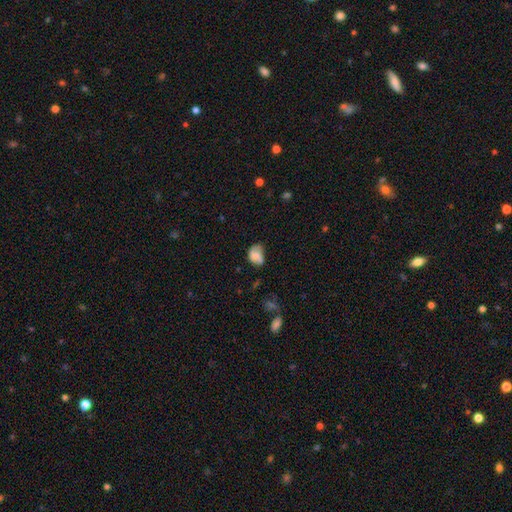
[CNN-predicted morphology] Overall: smooth (64%; featured or disk 26%). How rounded: in between (69%; round 30%). Merging: none (39%; minor disturbance 36%).